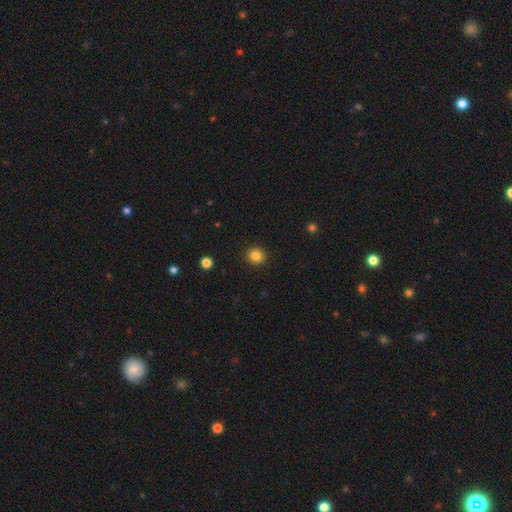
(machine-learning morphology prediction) Smooth or featured?
  - smooth: 84% *
  - star or artifact: 11%
  - featured or disk: 5%
How rounded?
  - round: 85% *
  - in between: 14%
  - cigar-shaped: 1%
Merging?
  - none: 92% *
  - minor disturbance: 5%
  - major disturbance: 2%
  - merger: 1%